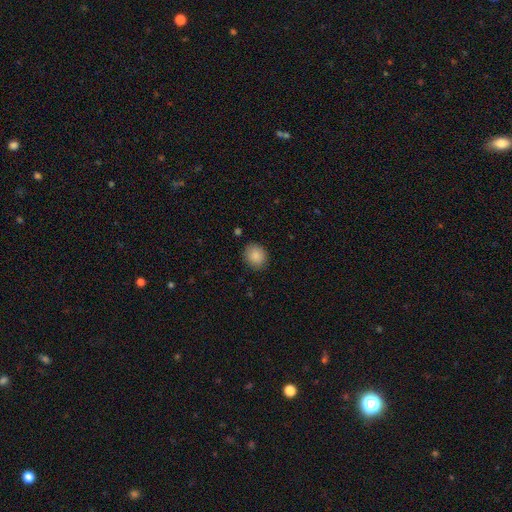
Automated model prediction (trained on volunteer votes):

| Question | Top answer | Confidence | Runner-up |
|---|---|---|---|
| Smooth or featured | smooth | 88% | star or artifact (8%) |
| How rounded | round | 72% | in between (27%) |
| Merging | none | 86% | minor disturbance (10%) |